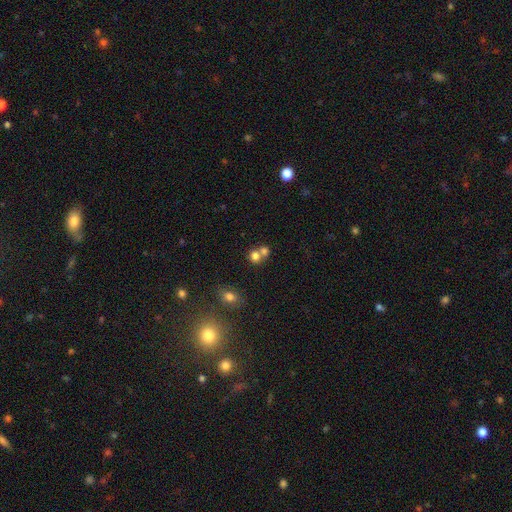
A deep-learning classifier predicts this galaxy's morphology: Overall: smooth (75%). How rounded: round (80%). Merging: merger (51%; none 40%).